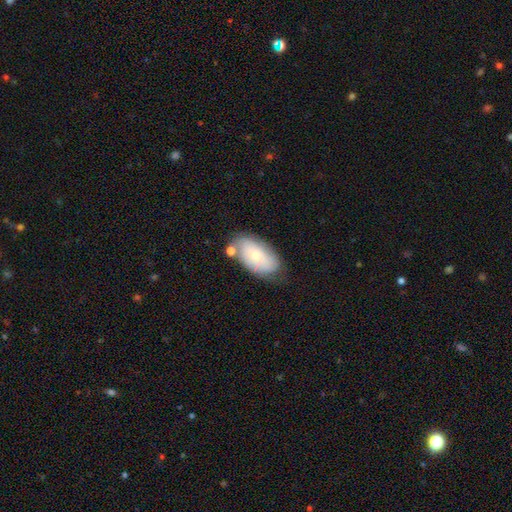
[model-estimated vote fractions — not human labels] Morphology: type=smooth (58%); roundness=in between (93%); merging=none (61%).